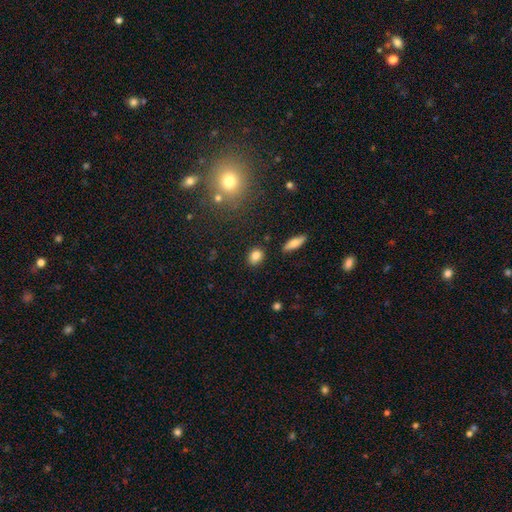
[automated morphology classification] smooth 82%, star or artifact 10%, featured or disk 8%. Down the decision tree: how rounded — in between (58%); merging — none (84%).